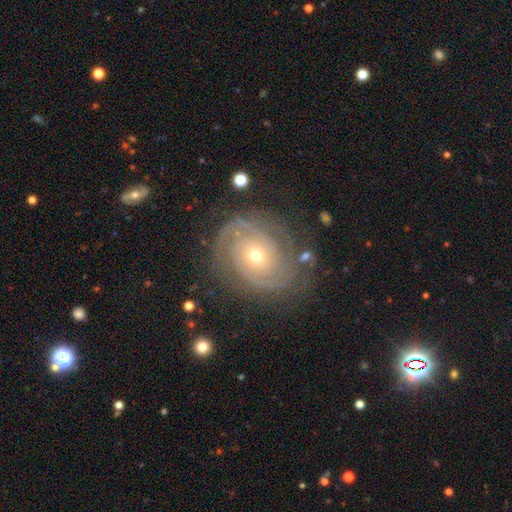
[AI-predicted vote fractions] Smooth or featured: featured or disk — 88% (smooth — 6%)
Edge-on disk: no — 97% (yes — 3%)
Bar: no — 78% (weak — 16%)
Spiral arms: yes — 97% (no — 3%)
Spiral winding: tight — 76% (medium — 20%)
Spiral arm count: 2 — 50% (3 — 17%)
Bulge size: small — 51% (moderate — 45%)
Merging: none — 78% (minor disturbance — 15%)